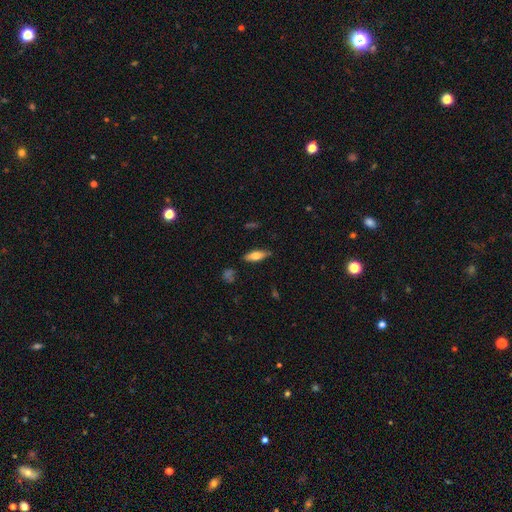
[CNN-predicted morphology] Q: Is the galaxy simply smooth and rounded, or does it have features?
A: smooth — 66%.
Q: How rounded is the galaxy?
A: in between — 65%.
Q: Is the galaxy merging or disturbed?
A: none — 83%.